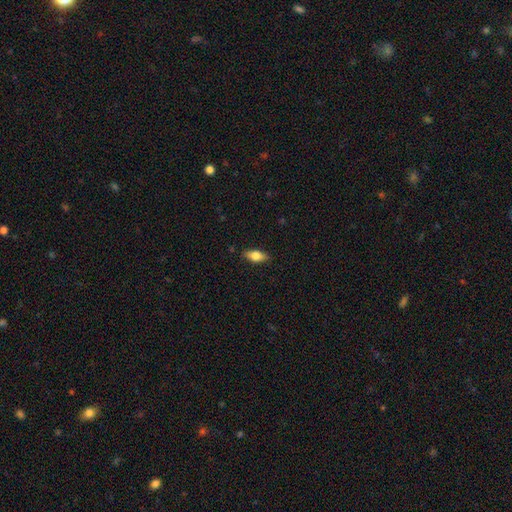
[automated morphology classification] type=smooth (66%); roundness=in between (78%); merging=none (86%).